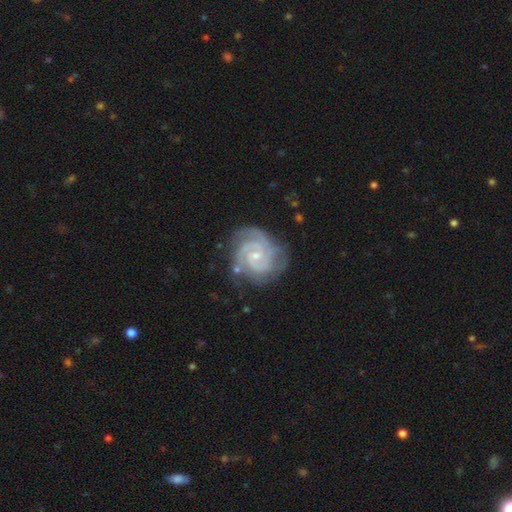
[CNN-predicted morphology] smooth-or-featured: featured or disk: 90% | smooth: 5% | star or artifact: 5%
  disk-edge-on: no: 98% | yes: 2%
    bar: no: 57% | weak: 36% | strong: 7%
    has-spiral-arms: yes: 98% | no: 2%
      spiral-winding: tight: 67% | medium: 29% | loose: 4%
      spiral-arm-count: 2: 37% | 3: 35% | can't tell: 12% | 4: 8% | 1: 4% | more than 4: 4%
    bulge-size: small: 71% | moderate: 26% | none: 2% | large: 1% | dominant: 1%
  merging: none: 72% | minor disturbance: 19% | major disturbance: 7% | merger: 2%